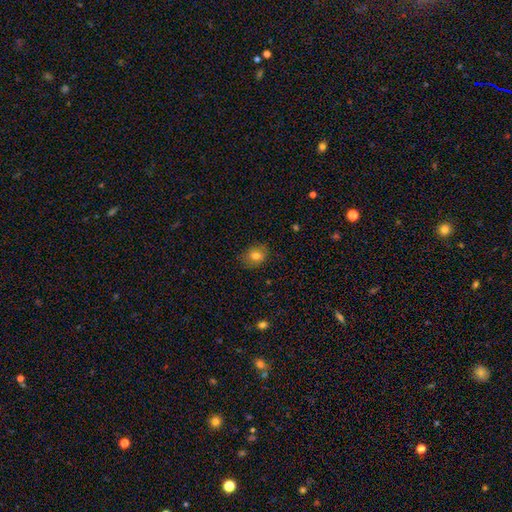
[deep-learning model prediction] Smooth or featured?
  - smooth: 78% *
  - featured or disk: 12%
  - star or artifact: 10%
How rounded?
  - round: 50% *
  - in between: 49%
  - cigar-shaped: 1%
Merging?
  - none: 83% *
  - minor disturbance: 14%
  - major disturbance: 3%
  - merger: 1%